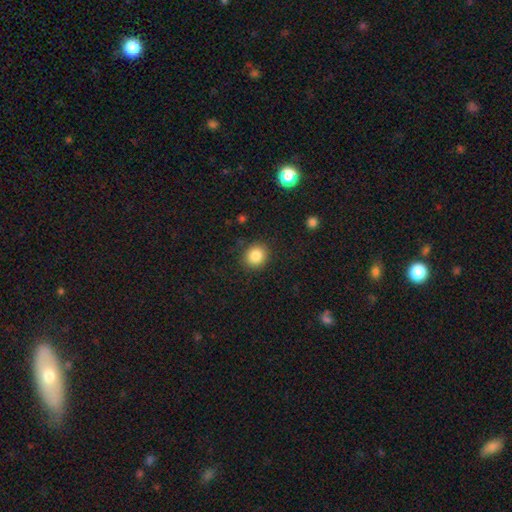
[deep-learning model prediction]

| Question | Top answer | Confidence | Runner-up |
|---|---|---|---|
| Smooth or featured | smooth | 85% | star or artifact (10%) |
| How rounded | round | 78% | in between (21%) |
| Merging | none | 88% | minor disturbance (8%) |